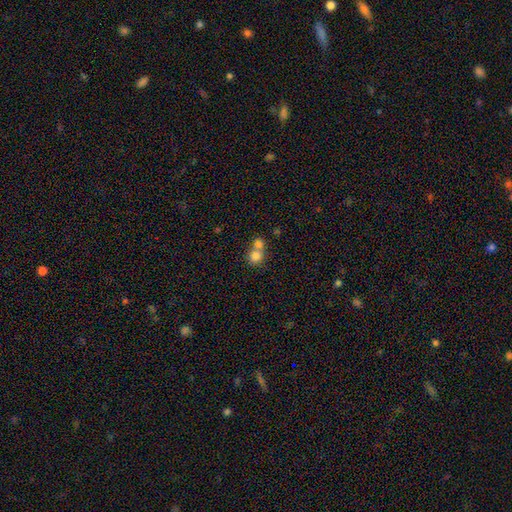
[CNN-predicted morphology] The model was most divided on "merging": merger: 56%, none: 37%, minor disturbance: 5%, major disturbance: 2%. More confident: how rounded — round (86%); smooth or featured — smooth (80%).